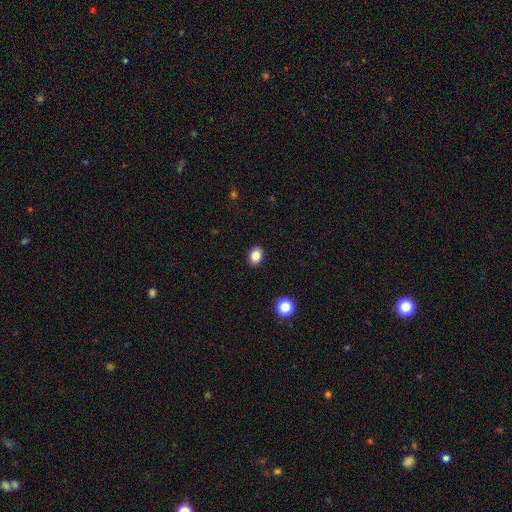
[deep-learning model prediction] A smooth galaxy with no disk features (84%) that is in between round and cigar-shaped (62%).

Vote fractions:
- Smooth or featured? smooth: 84% / star or artifact: 10% / featured or disk: 5%
- How rounded? in between: 62% / round: 37% / cigar-shaped: 1%
- Merging? none: 91% / minor disturbance: 6% / major disturbance: 2% / merger: 1%